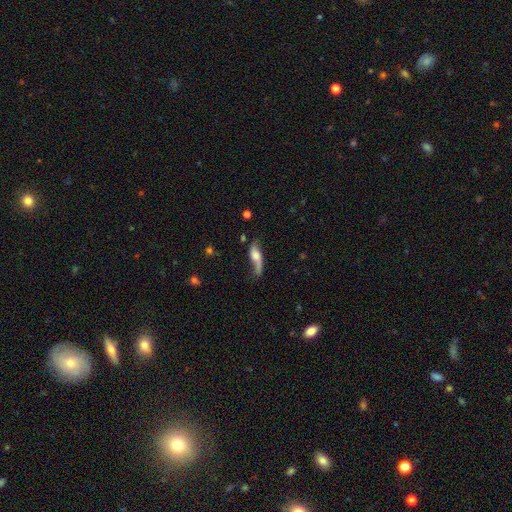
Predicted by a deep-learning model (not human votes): Smooth or featured? Predicted: featured or disk (p=0.54). Edge-on disk? Predicted: no (p=0.65). Merging? Predicted: none (p=0.44).